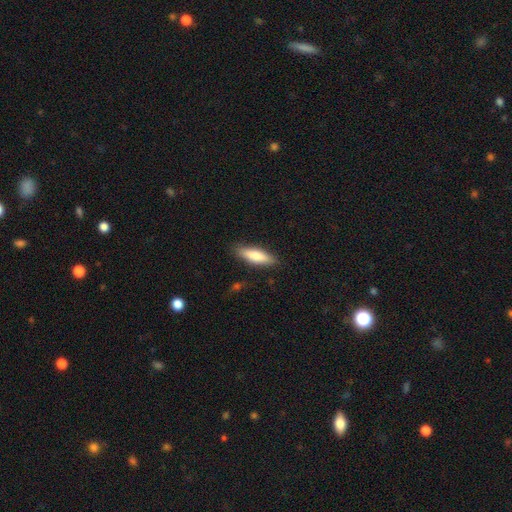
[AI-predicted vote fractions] Morphology: type=smooth (76%); roundness=cigar-shaped (51%); merging=none (86%).